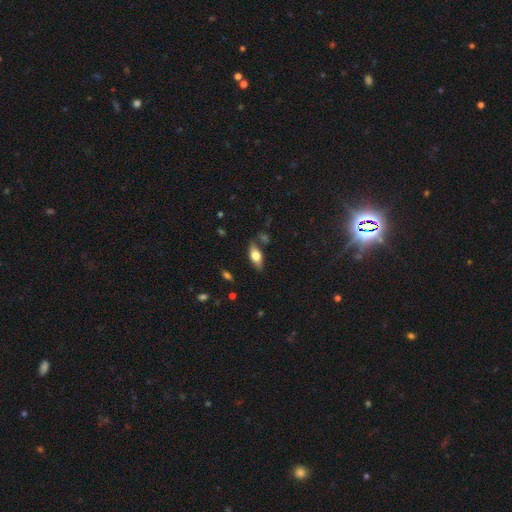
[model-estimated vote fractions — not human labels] A smooth galaxy with no disk features (53%) that is in between round and cigar-shaped (78%). Merging: none (77%).